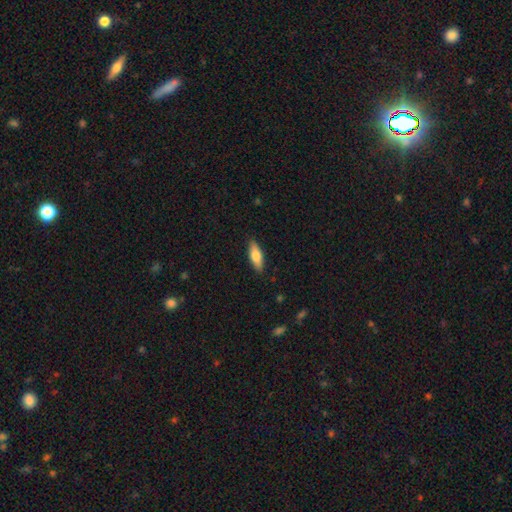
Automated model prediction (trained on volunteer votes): The model was most divided on "how rounded": in between: 62%, cigar-shaped: 36%, round: 2%. More confident: merging — none (89%); smooth or featured — smooth (73%).